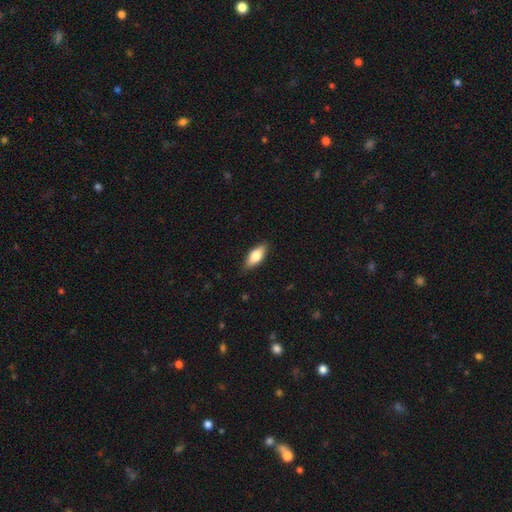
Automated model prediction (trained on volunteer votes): Smooth or featured? Predicted: smooth (p=0.71). How rounded? Predicted: in between (p=0.78). Merging? Predicted: none (p=0.86).